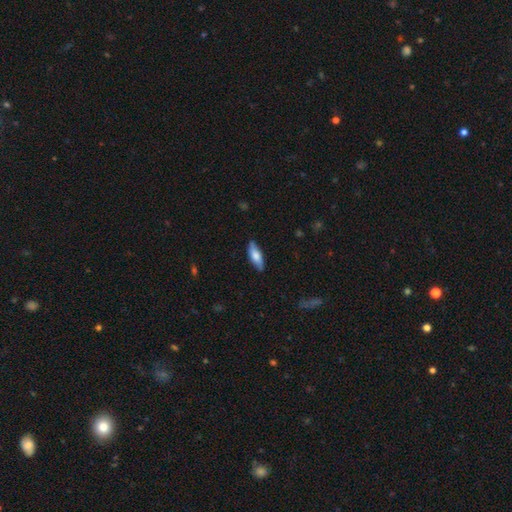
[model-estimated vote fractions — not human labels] smooth-or-featured: smooth: 66% | featured or disk: 28% | star or artifact: 6%
  how-rounded: in between: 64% | cigar-shaped: 34% | round: 2%
  merging: none: 82% | minor disturbance: 14% | major disturbance: 2% | merger: 1%